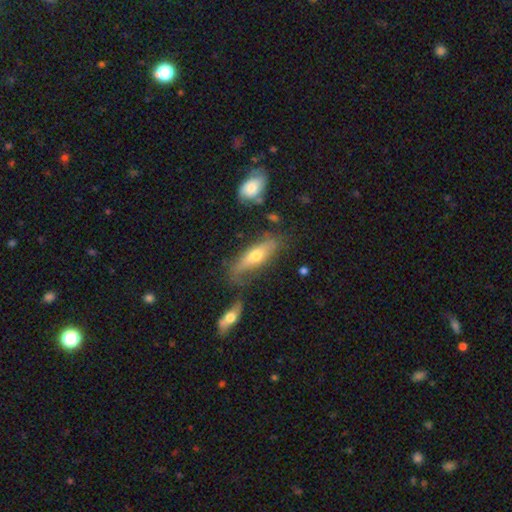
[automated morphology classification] This appears to be a smooth galaxy with no disk features (50%) that is cigar-shaped (50%). Merging: none (53%).